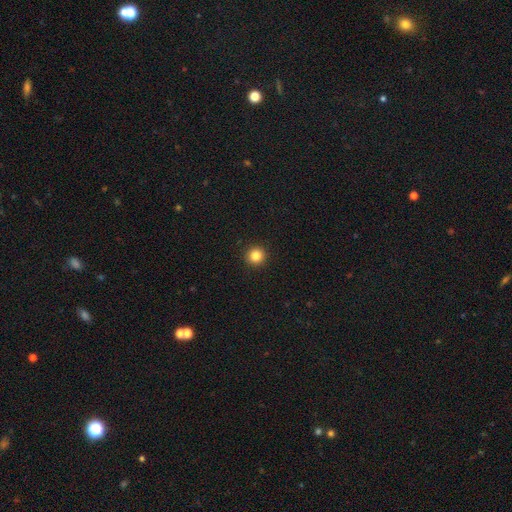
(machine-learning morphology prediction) type=smooth (84%); roundness=round (95%); merging=none (94%).